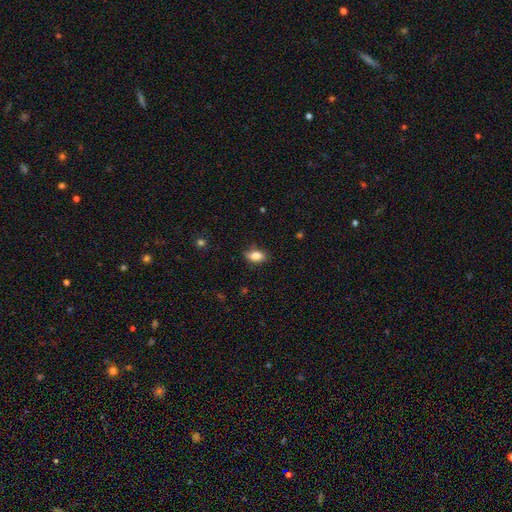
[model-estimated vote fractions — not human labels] A smooth galaxy with no disk features (84%) that is in between round and cigar-shaped (86%).

Vote fractions:
- Smooth or featured? smooth: 84% / star or artifact: 8% / featured or disk: 8%
- How rounded? in between: 86% / round: 8% / cigar-shaped: 5%
- Merging? none: 78% / minor disturbance: 17% / major disturbance: 3% / merger: 1%